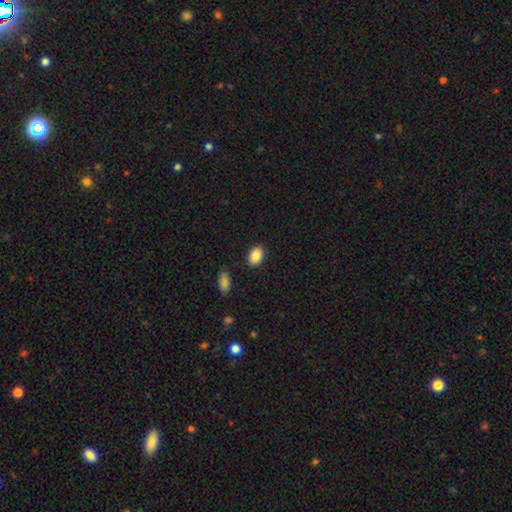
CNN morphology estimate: Smooth or featured: smooth — 88% (star or artifact — 8%)
How rounded: in between — 80% (round — 19%)
Merging: none — 87% (minor disturbance — 9%)